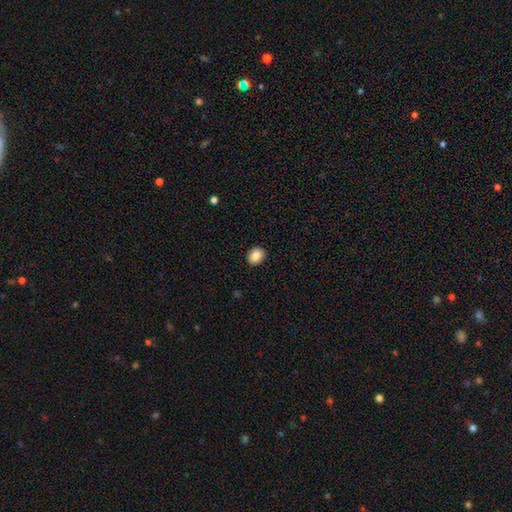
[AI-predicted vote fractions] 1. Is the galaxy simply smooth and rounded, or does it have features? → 89% smooth, 8% star or artifact, 3% featured or disk.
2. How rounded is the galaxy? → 50% in between, 49% round, 1% cigar-shaped.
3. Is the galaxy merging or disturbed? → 90% none, 7% minor disturbance, 2% major disturbance, 1% merger.